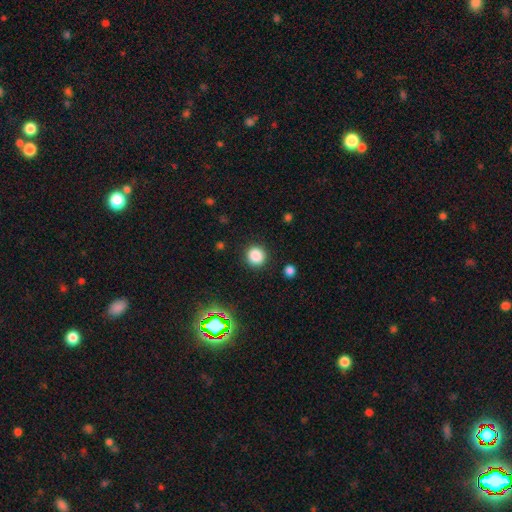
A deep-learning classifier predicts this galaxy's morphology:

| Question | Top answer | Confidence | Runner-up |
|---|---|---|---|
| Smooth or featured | smooth | 85% | star or artifact (12%) |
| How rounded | round | 92% | in between (7%) |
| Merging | none | 90% | minor disturbance (6%) |